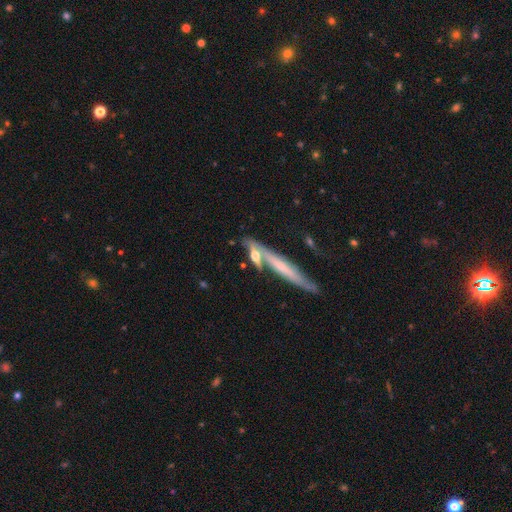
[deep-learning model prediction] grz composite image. It shows a featured or disk galaxy (47%). Merging: none (46%).